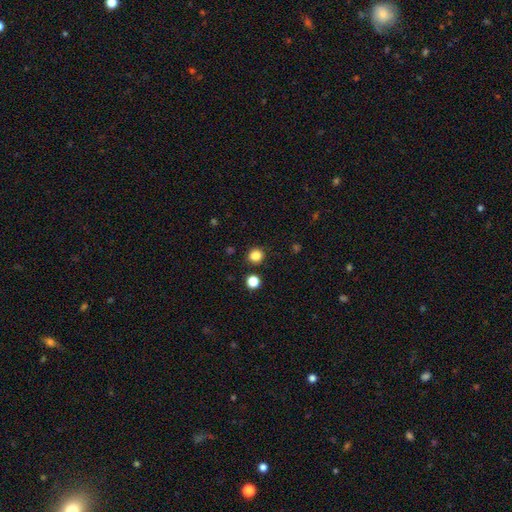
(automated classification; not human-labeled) Smooth or featured?
  - smooth: 84% *
  - star or artifact: 13%
  - featured or disk: 4%
How rounded?
  - round: 88% *
  - in between: 11%
  - cigar-shaped: 1%
Merging?
  - none: 88% *
  - minor disturbance: 7%
  - merger: 3%
  - major disturbance: 2%